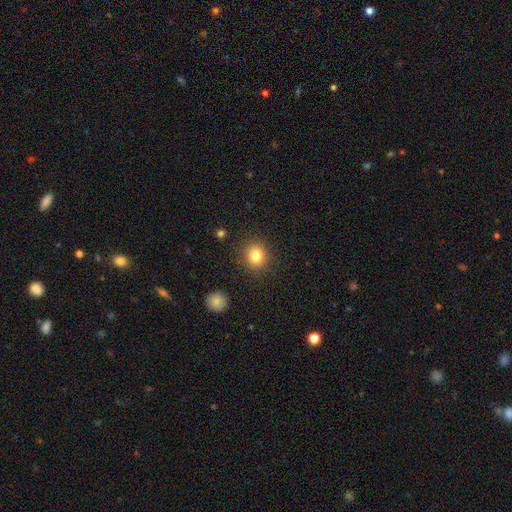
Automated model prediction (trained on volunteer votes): Smooth or featured? Predicted: smooth (p=0.82). How rounded? Predicted: round (p=0.80). Merging? Predicted: none (p=0.89).